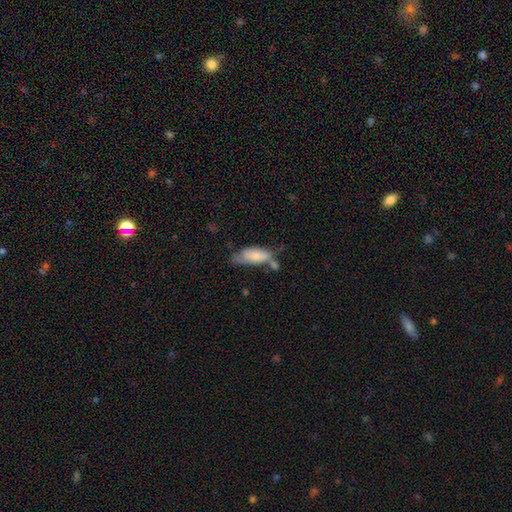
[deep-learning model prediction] The model was most divided on "merging": none: 34%, minor disturbance: 29%, merger: 23%, major disturbance: 14%. More confident: how rounded — in between (79%); smooth or featured — smooth (73%).